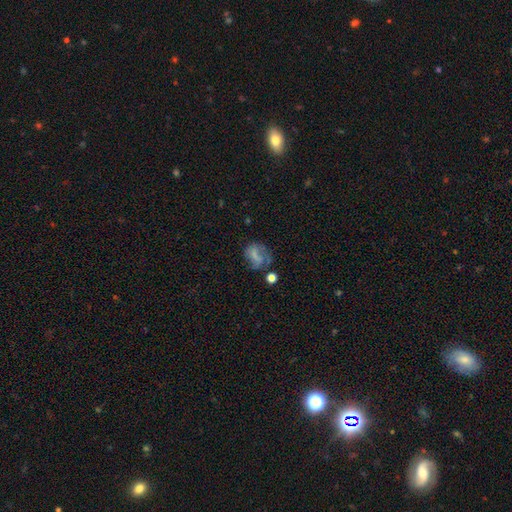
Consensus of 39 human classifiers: smooth 56%, featured or disk 41%, star or artifact 3%. Down the decision tree: how rounded — round (59%); merging — major disturbance (47%).